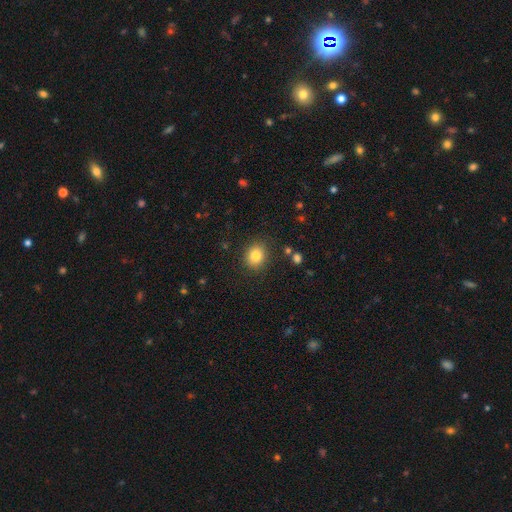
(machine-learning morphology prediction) This is clearly a smooth galaxy (82%). How rounded: likely round (67%). Merging: clearly none (87%).